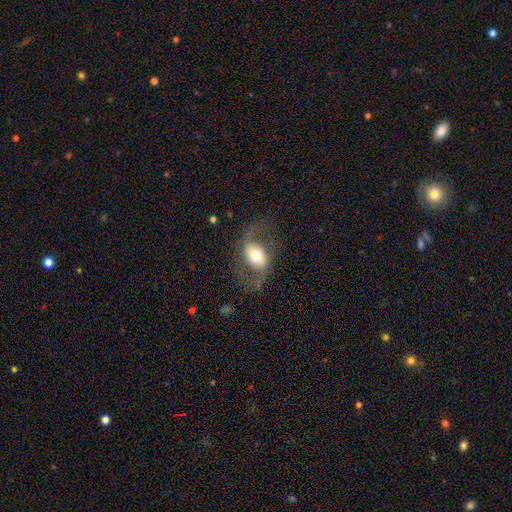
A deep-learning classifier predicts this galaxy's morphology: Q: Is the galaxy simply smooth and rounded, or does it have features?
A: featured or disk — 64%.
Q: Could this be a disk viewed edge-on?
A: no — 94%.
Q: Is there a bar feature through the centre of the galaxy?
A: no — 45%.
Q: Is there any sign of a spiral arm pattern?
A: yes — 74%.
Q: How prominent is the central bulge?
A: moderate — 63%.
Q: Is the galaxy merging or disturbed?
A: none — 66%.